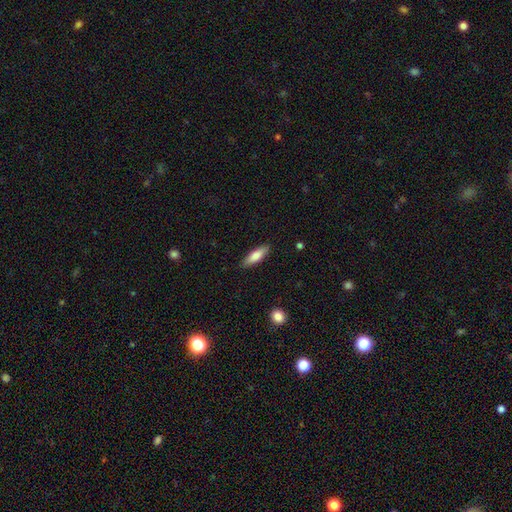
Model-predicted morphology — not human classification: The model was most divided on "how rounded": cigar-shaped: 54%, in between: 44%, round: 2%. More confident: merging — none (88%); smooth or featured — smooth (76%).